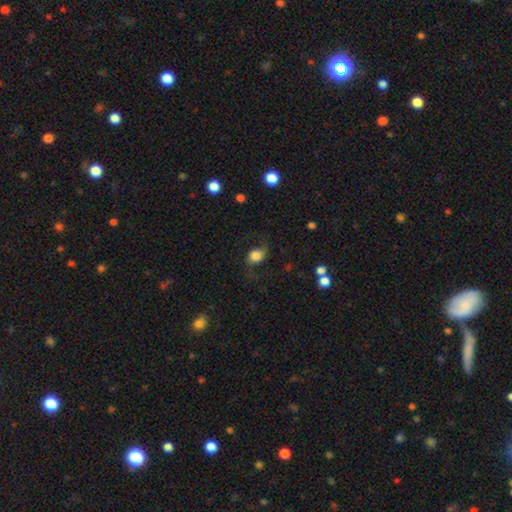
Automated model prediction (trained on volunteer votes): The model was most divided on "how rounded": round: 57%, in between: 41%, cigar-shaped: 2%. More confident: merging — none (60%); smooth or featured — smooth (57%).